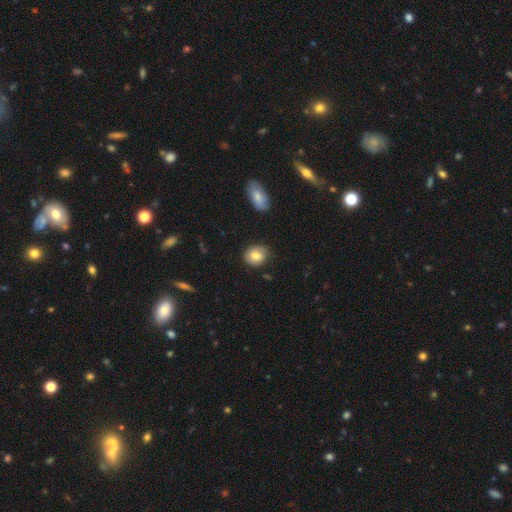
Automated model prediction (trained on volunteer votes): The model was most divided on "how rounded": round: 64%, in between: 35%, cigar-shaped: 1%. More confident: merging — none (76%); smooth or featured — smooth (74%).